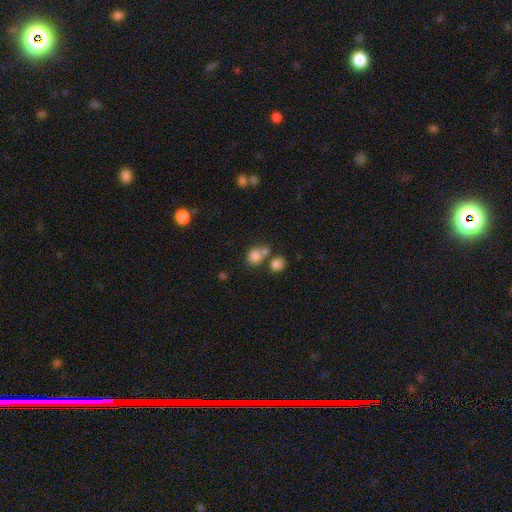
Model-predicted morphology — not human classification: Smooth or featured: smooth — 80% (star or artifact — 12%)
How rounded: round — 69% (in between — 30%)
Merging: none — 48% (merger — 38%)